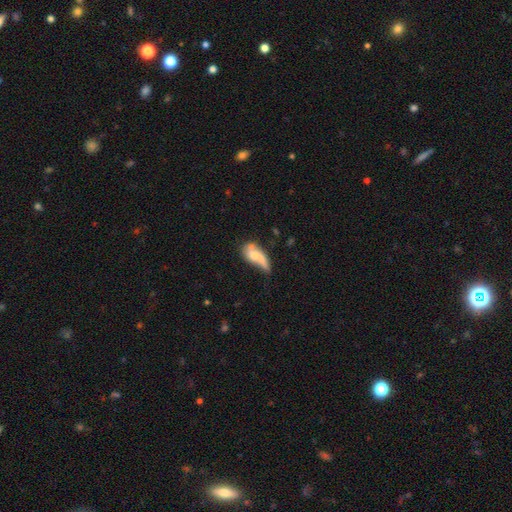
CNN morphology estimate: A smooth galaxy with no disk features (54%) that is in between round and cigar-shaped (75%).

Vote fractions:
- Smooth or featured? smooth: 54% / featured or disk: 38% / star or artifact: 8%
- How rounded? in between: 75% / cigar-shaped: 17% / round: 8%
- Merging? merger: 35% / none: 22% / major disturbance: 21% / minor disturbance: 21%